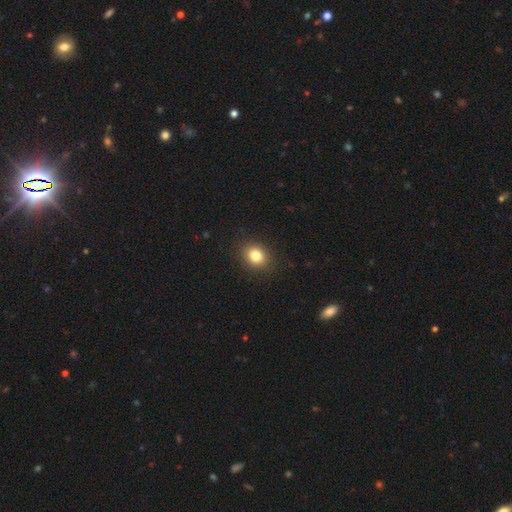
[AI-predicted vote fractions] Smooth or featured: smooth — 81% (star or artifact — 12%)
How rounded: round — 62% (in between — 37%)
Merging: none — 89% (minor disturbance — 7%)